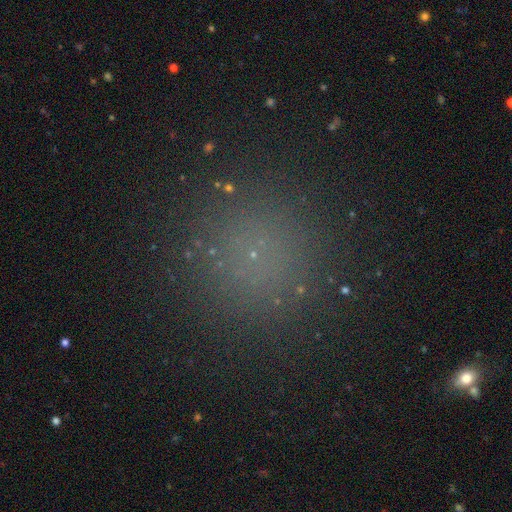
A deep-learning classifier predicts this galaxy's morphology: Smooth or featured: smooth — 66% (star or artifact — 27%)
How rounded: round — 95% (in between — 4%)
Merging: none — 90% (minor disturbance — 6%)